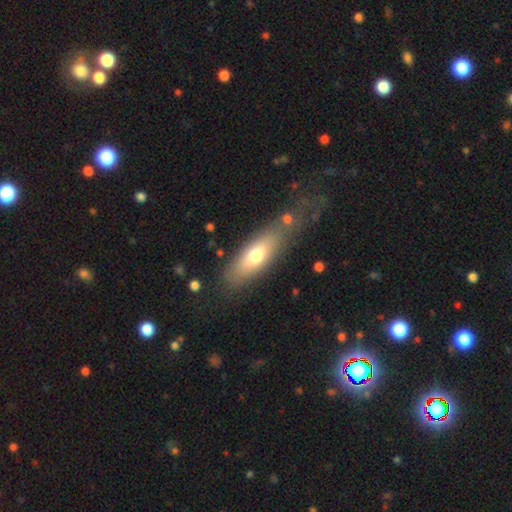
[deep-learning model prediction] Q: Smooth or featured?
A: smooth (67%); runner-up: featured or disk (26%)
Q: How rounded?
A: in between (60%); runner-up: cigar-shaped (37%)
Q: Merging?
A: none (63%); runner-up: minor disturbance (18%)